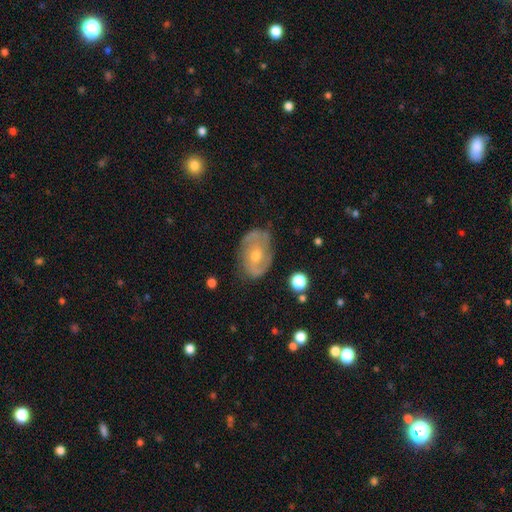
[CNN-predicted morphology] smooth-or-featured: featured or disk: 75% | smooth: 18% | star or artifact: 7%
  disk-edge-on: no: 95% | yes: 5%
    bar: no: 59% | weak: 34% | strong: 7%
    has-spiral-arms: yes: 84% | no: 16%
      spiral-winding: medium: 44% | tight: 39% | loose: 17%
      spiral-arm-count: 2: 73% | can't tell: 17% | 3: 4% | 1: 4% | 4: 2% | more than 4: 2%
    bulge-size: moderate: 63% | small: 31% | large: 3% | none: 2% | dominant: 1%
  merging: none: 75% | minor disturbance: 18% | major disturbance: 6% | merger: 2%